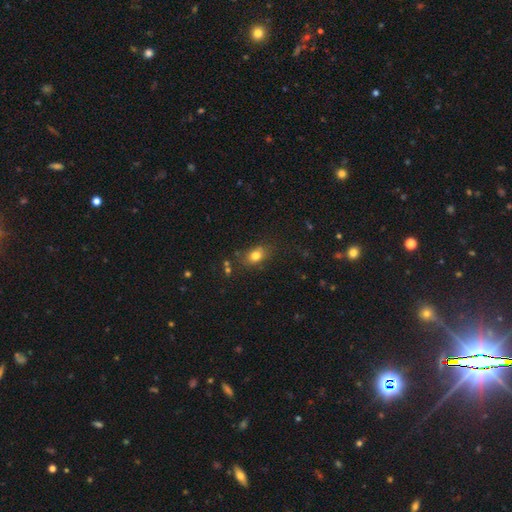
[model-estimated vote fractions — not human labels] A smooth galaxy with no disk features (80%) that is in between round and cigar-shaped (73%).

Vote fractions:
- Smooth or featured? smooth: 80% / star or artifact: 11% / featured or disk: 9%
- How rounded? in between: 73% / round: 25% / cigar-shaped: 2%
- Merging? none: 76% / minor disturbance: 16% / major disturbance: 5% / merger: 3%